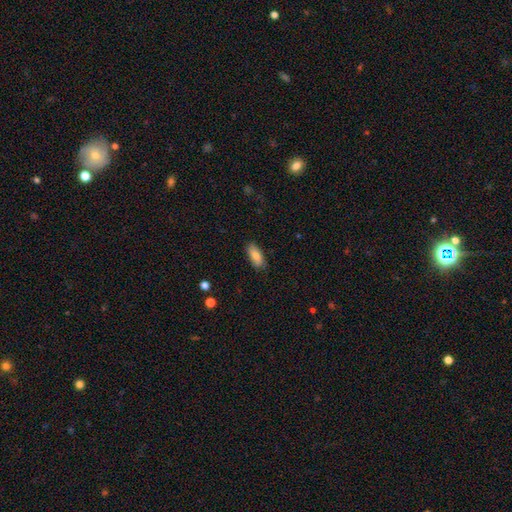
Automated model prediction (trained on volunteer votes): Q: Smooth or featured?
A: smooth (79%); runner-up: featured or disk (14%)
Q: How rounded?
A: in between (84%); runner-up: cigar-shaped (14%)
Q: Merging?
A: none (84%); runner-up: minor disturbance (13%)